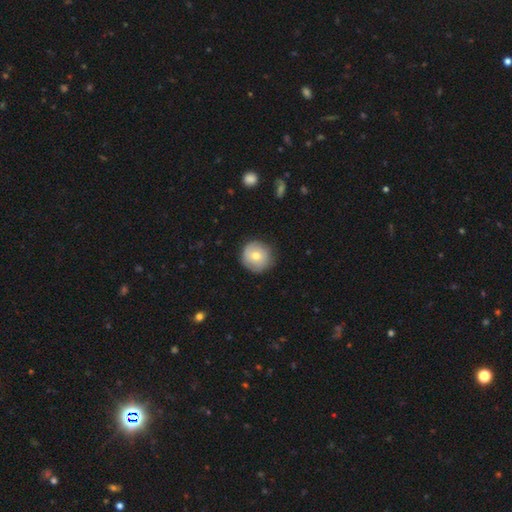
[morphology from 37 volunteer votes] This is possibly a smooth galaxy (57%). How rounded: clearly round (90%). Merging: clearly none (83%).